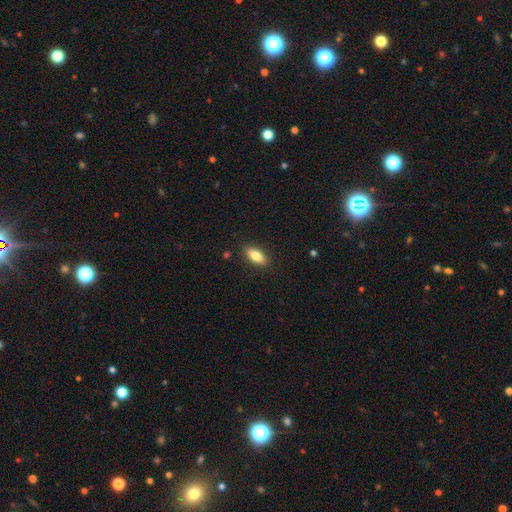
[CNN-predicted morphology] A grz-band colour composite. It shows a smooth galaxy with no disk features (82%) that is in between round and cigar-shaped (81%). Merging: none (88%).